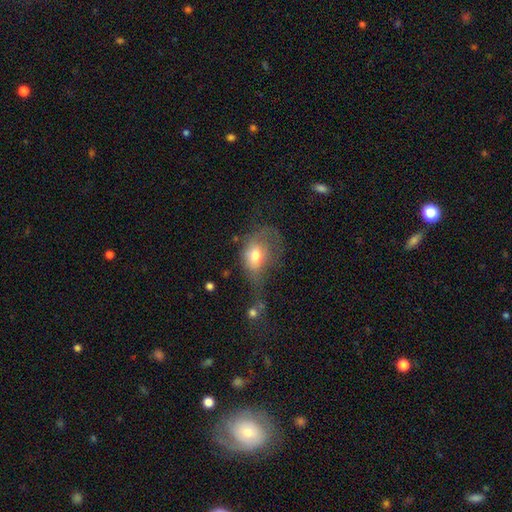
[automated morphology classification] smooth 67%, featured or disk 24%, star or artifact 10%. Down the decision tree: how rounded — in between (71%); merging — major disturbance (48%).